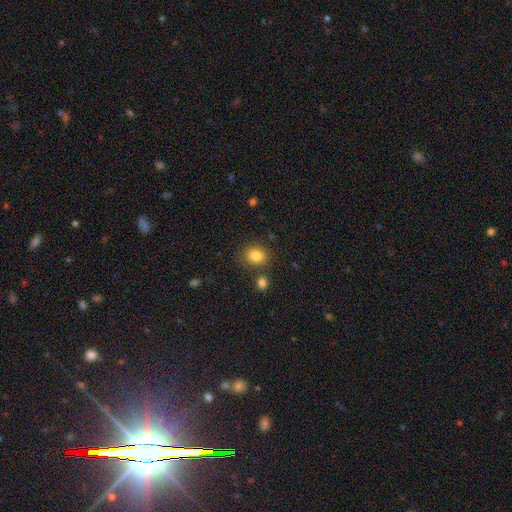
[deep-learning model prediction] Overall: smooth (84%). How rounded: round (58%; in between 41%). Merging: none (79%).